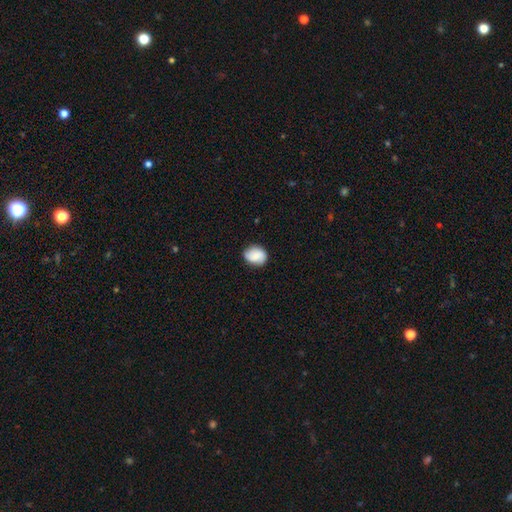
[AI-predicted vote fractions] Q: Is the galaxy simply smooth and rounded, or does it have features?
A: smooth — 80%.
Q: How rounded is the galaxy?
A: in between — 51%.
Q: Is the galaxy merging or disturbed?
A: none — 81%.